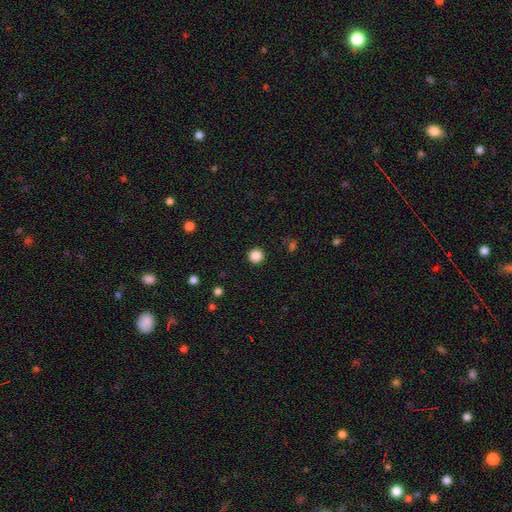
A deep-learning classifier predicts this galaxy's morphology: smooth 86%, star or artifact 11%, featured or disk 3%. Down the decision tree: how rounded — round (95%); merging — none (92%).